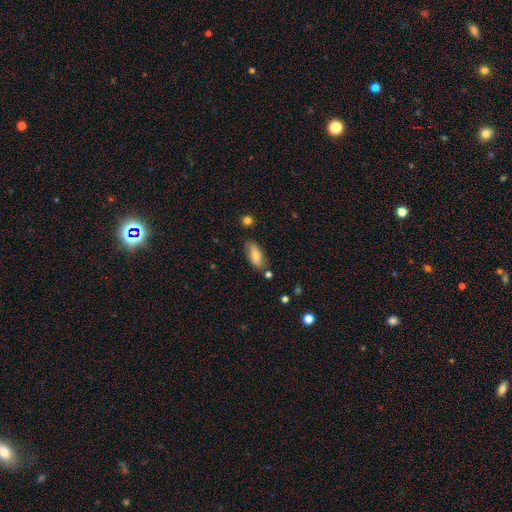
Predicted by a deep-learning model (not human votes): A smooth galaxy with no disk features (77%) that is in between round and cigar-shaped (82%).

Vote fractions:
- Smooth or featured? smooth: 77% / featured or disk: 17% / star or artifact: 7%
- How rounded? in between: 82% / cigar-shaped: 15% / round: 3%
- Merging? none: 77% / minor disturbance: 15% / merger: 5% / major disturbance: 3%